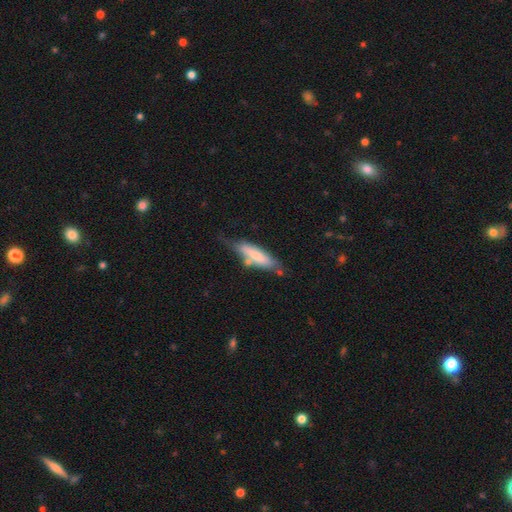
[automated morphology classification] smooth 62%, featured or disk 32%, star or artifact 6%. Down the decision tree: how rounded — cigar-shaped (66%); merging — none (49%).